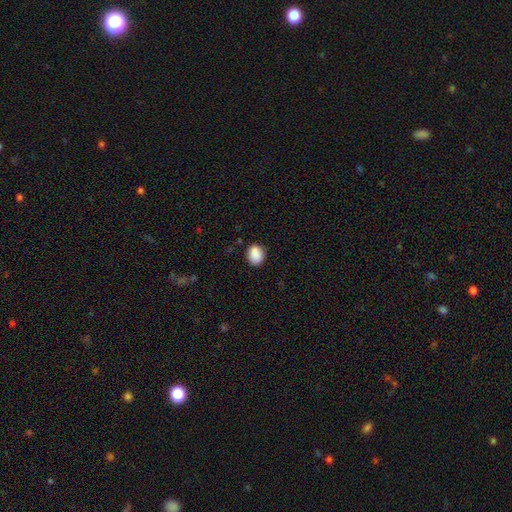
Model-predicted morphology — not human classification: Smooth or featured: smooth — 89% (star or artifact — 8%)
How rounded: in between — 55% (round — 44%)
Merging: none — 82% (minor disturbance — 13%)